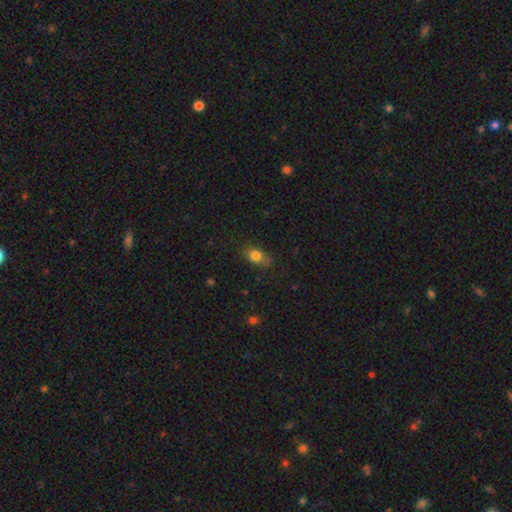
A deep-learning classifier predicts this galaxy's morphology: Smooth or featured?
  - smooth: 81% *
  - star or artifact: 11%
  - featured or disk: 9%
How rounded?
  - in between: 70% *
  - round: 27%
  - cigar-shaped: 3%
Merging?
  - none: 64% *
  - minor disturbance: 26%
  - major disturbance: 7%
  - merger: 3%